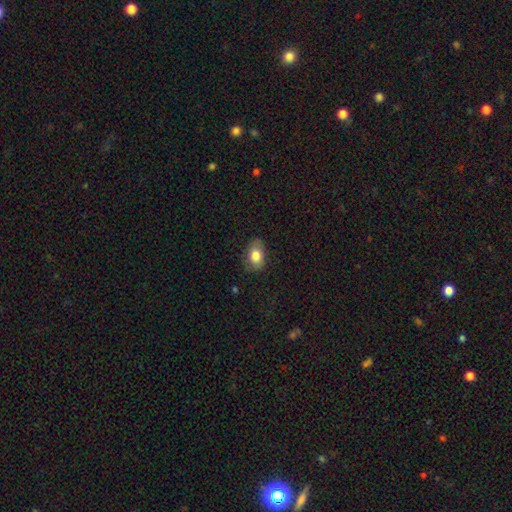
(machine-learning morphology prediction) A smooth galaxy with no disk features (77%) that is in between round and cigar-shaped (79%). Merging: none (74%).